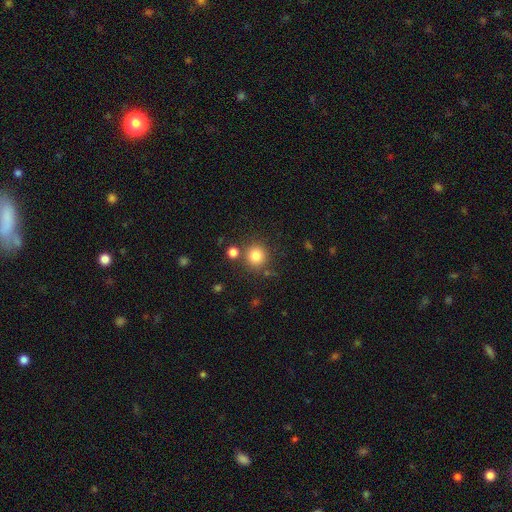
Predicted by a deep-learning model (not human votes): Smooth or featured?
  - smooth: 82% *
  - star or artifact: 12%
  - featured or disk: 7%
How rounded?
  - round: 93% *
  - in between: 6%
  - cigar-shaped: 1%
Merging?
  - none: 80% *
  - merger: 8%
  - minor disturbance: 8%
  - major disturbance: 3%